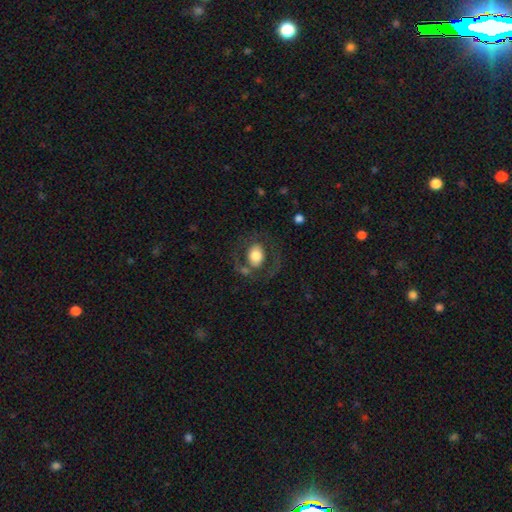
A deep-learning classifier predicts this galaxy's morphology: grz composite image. It shows a smooth galaxy with no disk features (54%) that is in between round and cigar-shaped (62%). Merging: none (68%).